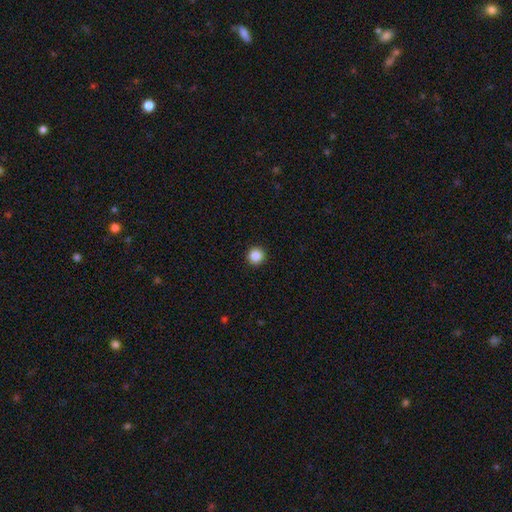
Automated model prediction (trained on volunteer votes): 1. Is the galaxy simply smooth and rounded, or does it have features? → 86% smooth, 10% star or artifact, 3% featured or disk.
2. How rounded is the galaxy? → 96% round, 3% in between, 1% cigar-shaped.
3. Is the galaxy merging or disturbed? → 94% none, 4% minor disturbance, 1% major disturbance, 1% merger.